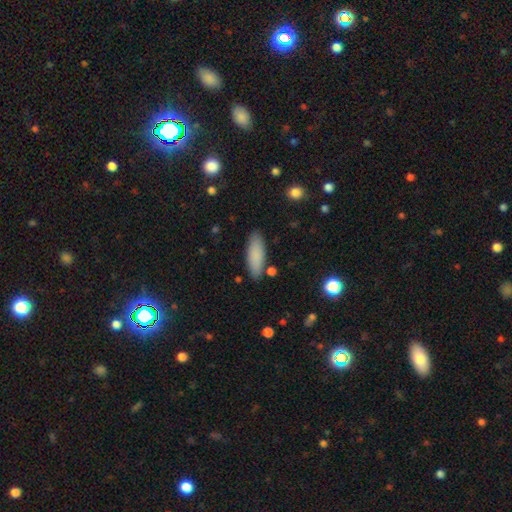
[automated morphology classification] Smooth or featured?
  - smooth: 85% *
  - featured or disk: 8%
  - star or artifact: 7%
How rounded?
  - in between: 59% *
  - cigar-shaped: 39%
  - round: 2%
Merging?
  - none: 84% *
  - minor disturbance: 11%
  - merger: 3%
  - major disturbance: 2%